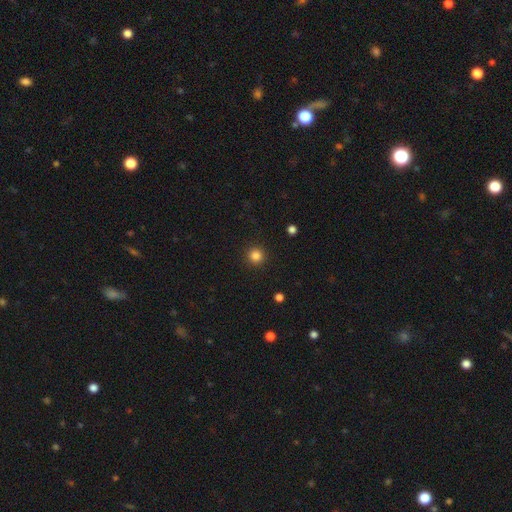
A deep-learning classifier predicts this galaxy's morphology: Overall: smooth (84%). How rounded: round (95%). Merging: none (92%).